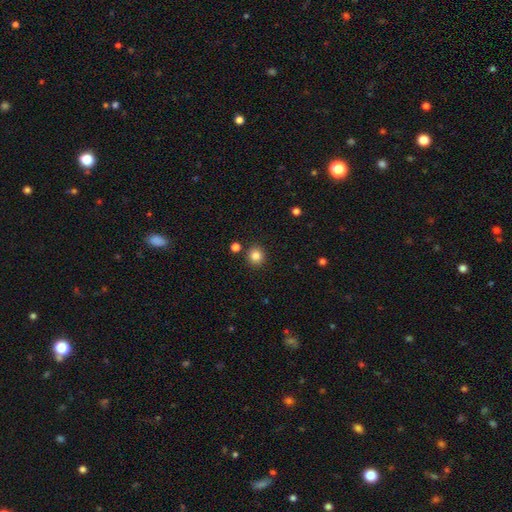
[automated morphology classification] A smooth galaxy with no disk features (83%) that is round (91%).

Vote fractions:
- Smooth or featured? smooth: 83% / star or artifact: 12% / featured or disk: 5%
- How rounded? round: 91% / in between: 8% / cigar-shaped: 1%
- Merging? none: 88% / minor disturbance: 6% / merger: 4% / major disturbance: 2%